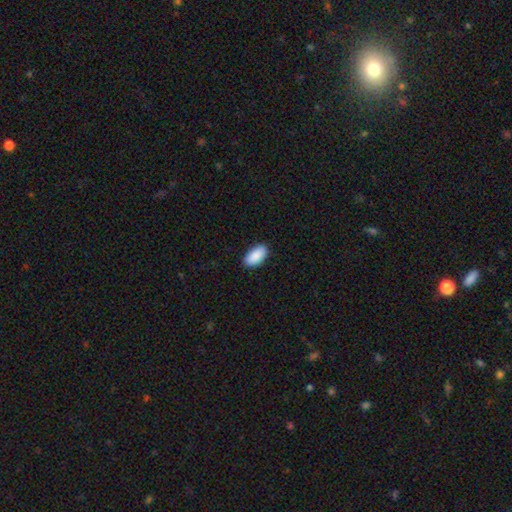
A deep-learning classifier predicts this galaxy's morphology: Smooth or featured? smooth (91%)
How rounded? in between (95%)
Merging? none (88%)